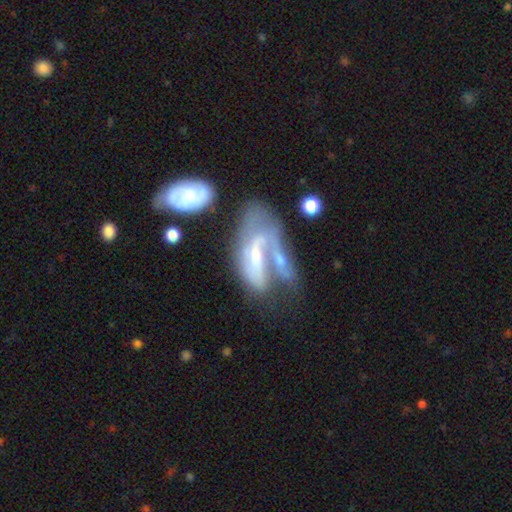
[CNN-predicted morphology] featured or disk 64%, smooth 28%, star or artifact 8%. Down the decision tree: edge-on disk — no (85%); bar — no (42%); spiral arms — yes (56%); bulge size — small (37%); merging — merger (43%).